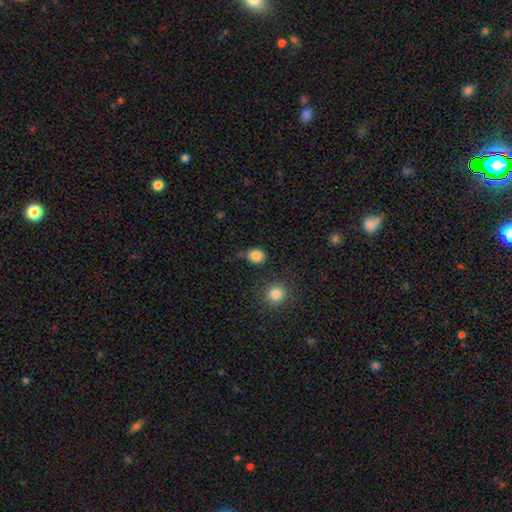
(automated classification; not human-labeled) A smooth galaxy with no disk features (85%) that is round (71%).

Vote fractions:
- Smooth or featured? smooth: 85% / star or artifact: 11% / featured or disk: 4%
- How rounded? round: 71% / in between: 28% / cigar-shaped: 1%
- Merging? none: 75% / minor disturbance: 16% / merger: 5% / major disturbance: 4%